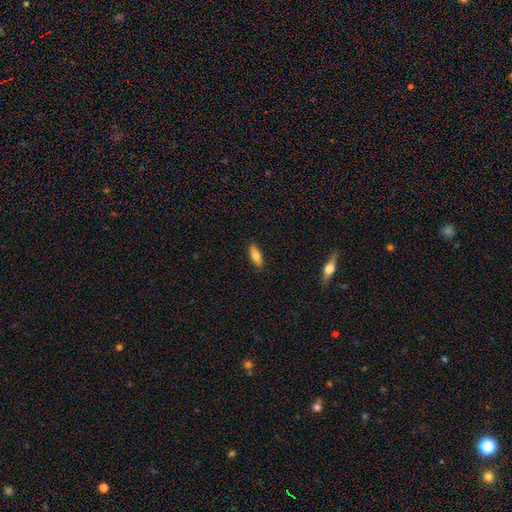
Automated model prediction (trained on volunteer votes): Smooth or featured? smooth (79%)
How rounded? in between (68%)
Merging? none (87%)